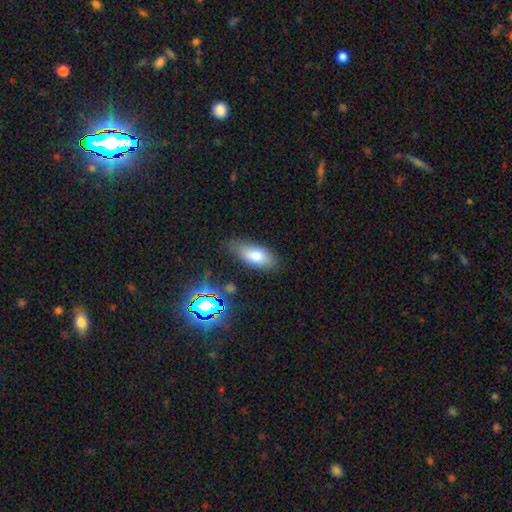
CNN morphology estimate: Overall: smooth (76%). How rounded: in between (84%). Merging: none (74%).